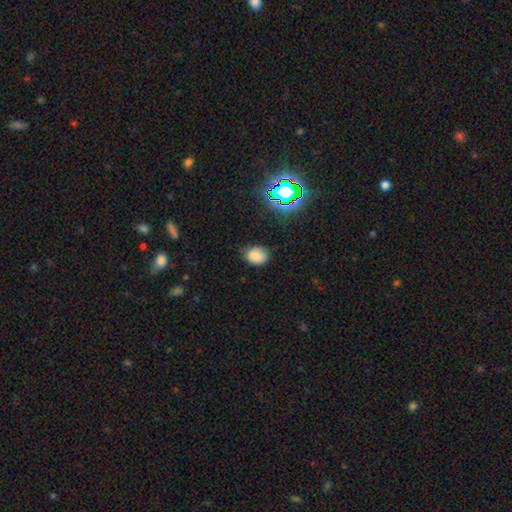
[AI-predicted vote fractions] Morphology: type=smooth (79%); roundness=in between (57%); merging=none (73%).